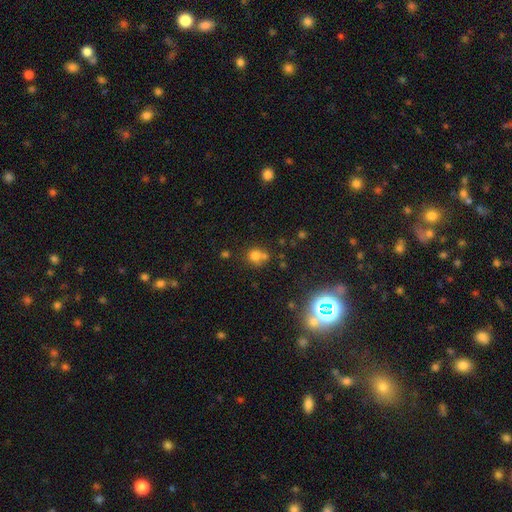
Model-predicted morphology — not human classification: Smooth or featured? Predicted: smooth (p=0.73). How rounded? Predicted: round (p=0.83). Merging? Predicted: none (p=0.50).